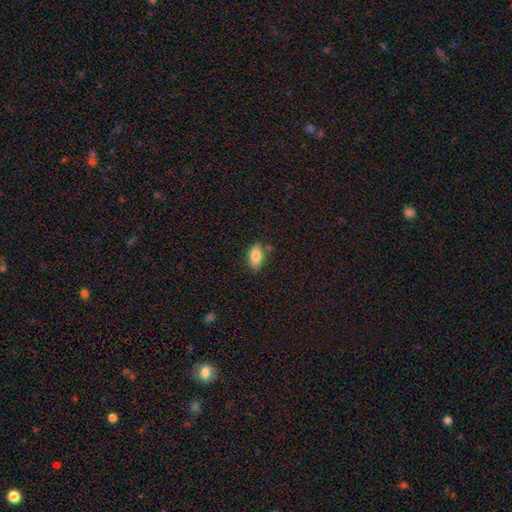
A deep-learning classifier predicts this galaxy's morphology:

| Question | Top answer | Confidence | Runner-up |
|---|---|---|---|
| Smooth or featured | smooth | 82% | featured or disk (10%) |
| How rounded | in between | 89% | round (6%) |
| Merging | none | 78% | minor disturbance (15%) |